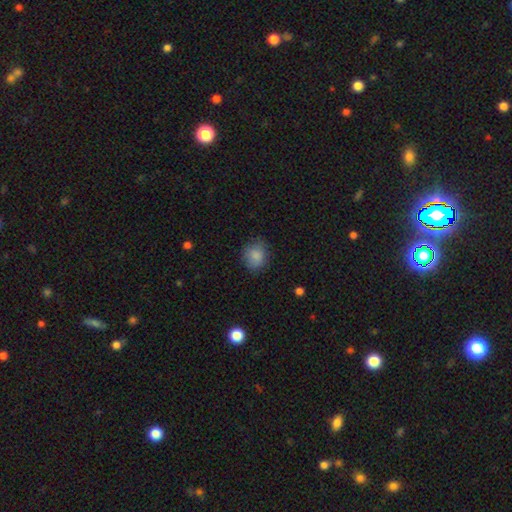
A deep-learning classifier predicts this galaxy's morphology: smooth 84%, star or artifact 9%, featured or disk 7%. Down the decision tree: how rounded — round (65%); merging — none (75%).